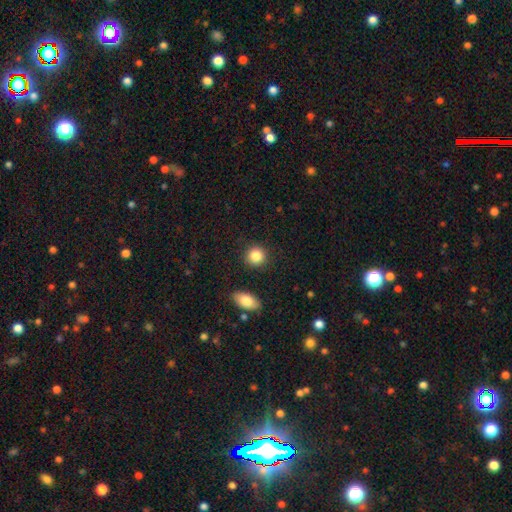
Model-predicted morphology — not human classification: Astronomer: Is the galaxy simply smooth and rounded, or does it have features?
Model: smooth — 86%.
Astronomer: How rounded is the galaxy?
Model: round — 87%.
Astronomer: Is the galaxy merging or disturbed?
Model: none — 88%.